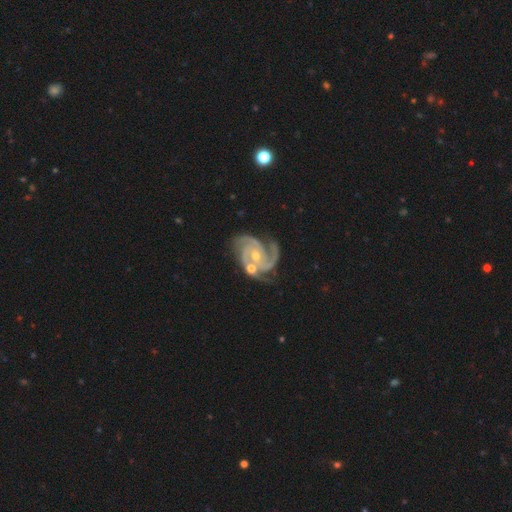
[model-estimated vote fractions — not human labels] Smooth or featured? featured or disk (93%)
Edge-on disk? no (98%)
Bar? no (59%)
Spiral arms? yes (99%)
Spiral winding? tight (54%)
Spiral arm count? 3 (62%)
Bulge size? small (53%)
Merging? none (54%)